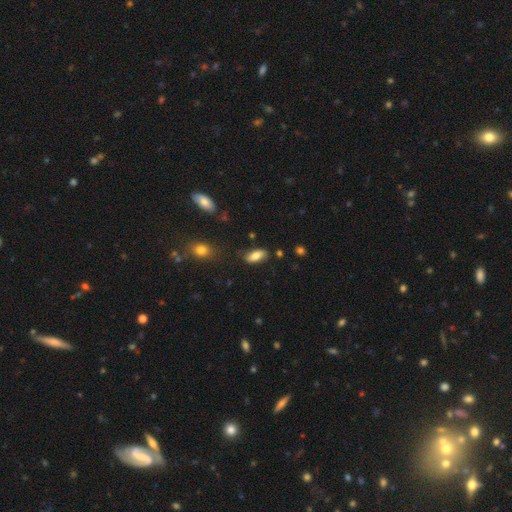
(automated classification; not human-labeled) This appears to be a smooth galaxy with no disk features (81%) that is in between round and cigar-shaped (88%). Merging: none (79%).